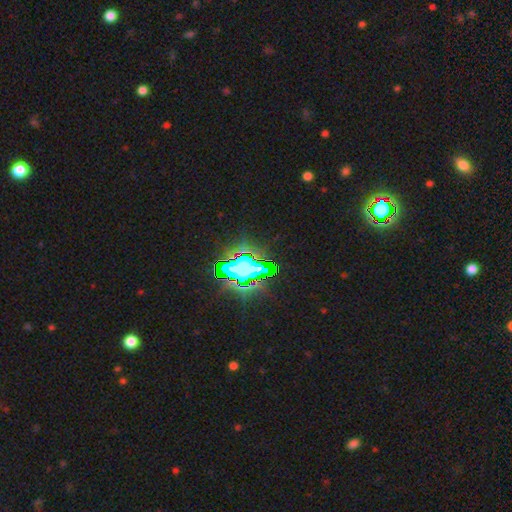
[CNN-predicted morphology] A star or artifact, not a galaxy (66%).